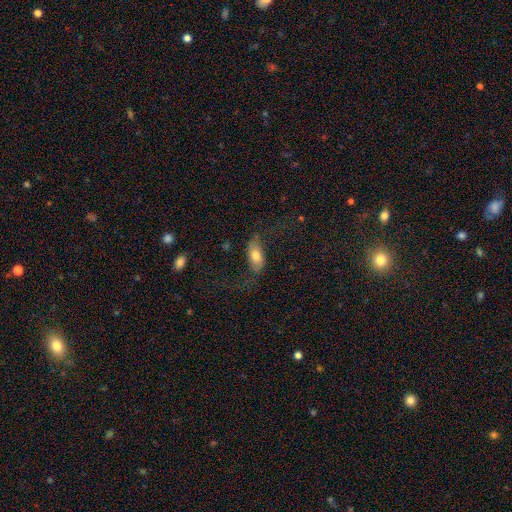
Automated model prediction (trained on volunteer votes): A smooth galaxy with no disk features (53%) that is in between round and cigar-shaped (84%).

Vote fractions:
- Smooth or featured? smooth: 53% / featured or disk: 39% / star or artifact: 8%
- How rounded? in between: 84% / cigar-shaped: 11% / round: 5%
- Merging? none: 55% / major disturbance: 22% / minor disturbance: 20% / merger: 2%